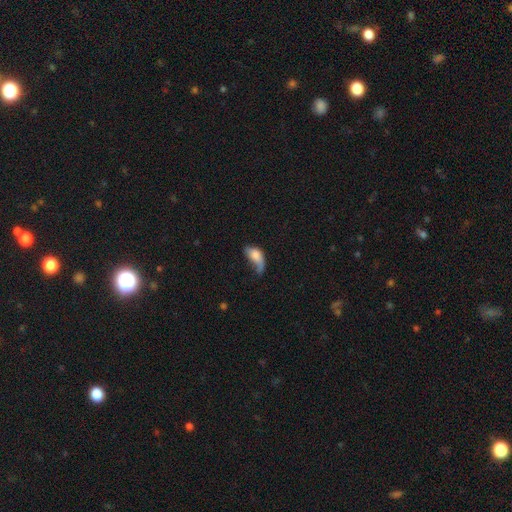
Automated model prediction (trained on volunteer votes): Smooth or featured? Predicted: smooth (p=0.67). How rounded? Predicted: in between (p=0.87). Merging? Predicted: major disturbance (p=0.42).